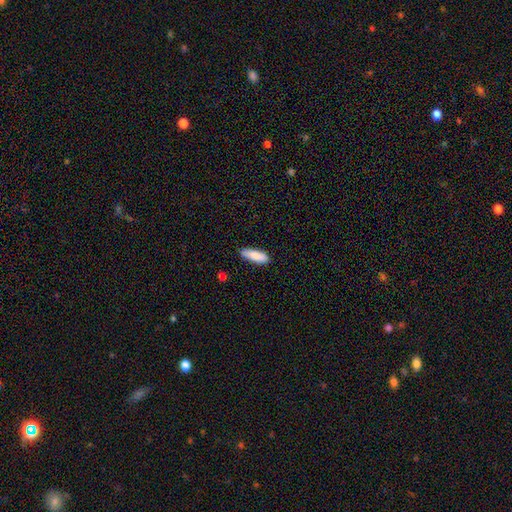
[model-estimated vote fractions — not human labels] This appears to be a smooth galaxy with no disk features (86%) that is in between round and cigar-shaped (54%). Merging: none (83%).